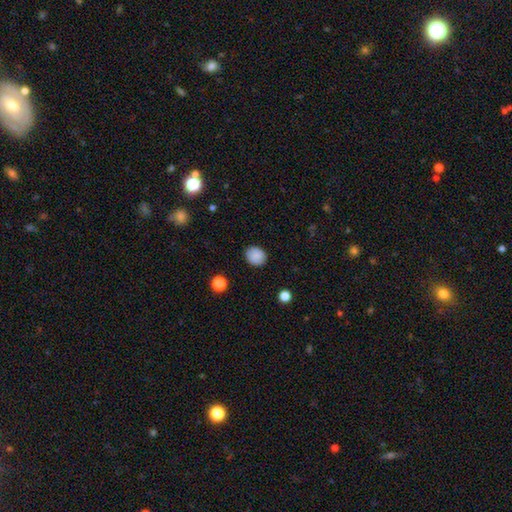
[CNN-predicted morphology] Overall: smooth (87%). How rounded: round (66%; in between 33%). Merging: none (87%).